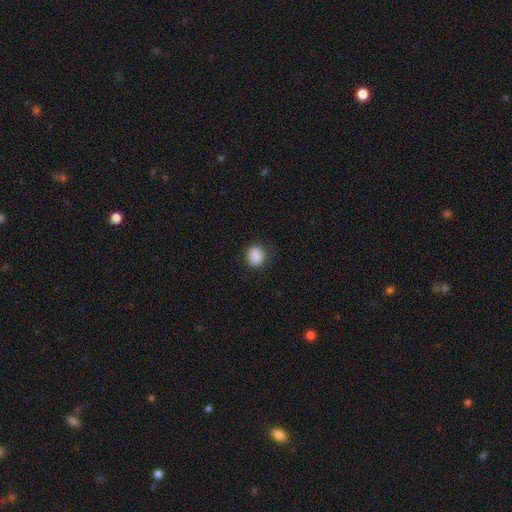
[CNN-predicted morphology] The model was most divided on "how rounded": round: 74%, in between: 25%, cigar-shaped: 1%. More confident: smooth or featured — smooth (88%); merging — none (82%).